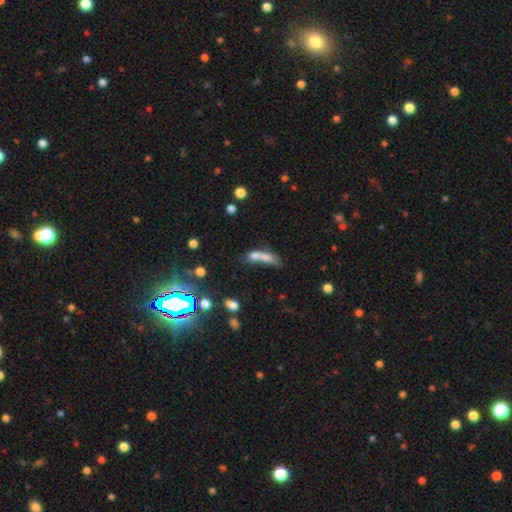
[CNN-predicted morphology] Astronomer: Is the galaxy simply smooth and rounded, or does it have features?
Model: smooth — 66%.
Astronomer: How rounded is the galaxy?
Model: cigar-shaped — 48% (runner-up: in between, 43%).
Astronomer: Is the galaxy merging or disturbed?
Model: merger — 54%.